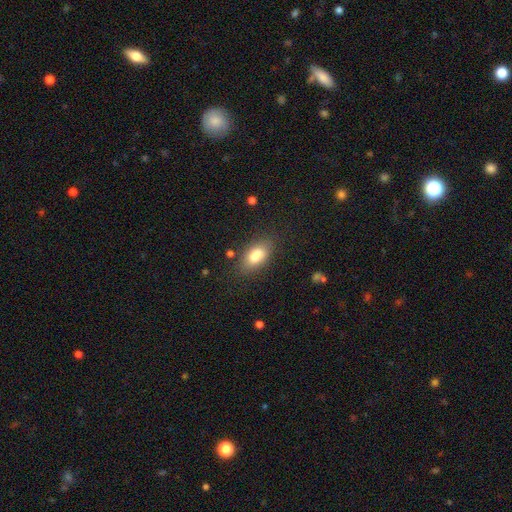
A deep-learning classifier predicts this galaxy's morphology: A smooth galaxy with no disk features (79%) that is in between round and cigar-shaped (89%).

Vote fractions:
- Smooth or featured? smooth: 79% / featured or disk: 13% / star or artifact: 8%
- How rounded? in between: 89% / round: 6% / cigar-shaped: 5%
- Merging? none: 74% / minor disturbance: 16% / merger: 5% / major disturbance: 5%